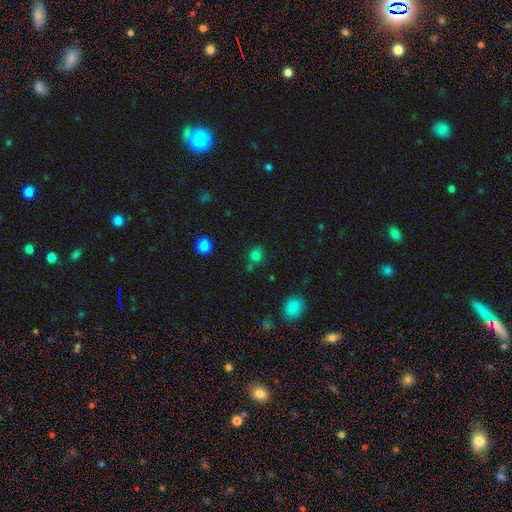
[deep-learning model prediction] This is likely a smooth galaxy (76%). How rounded: likely round (72%). Merging: likely none (67%).